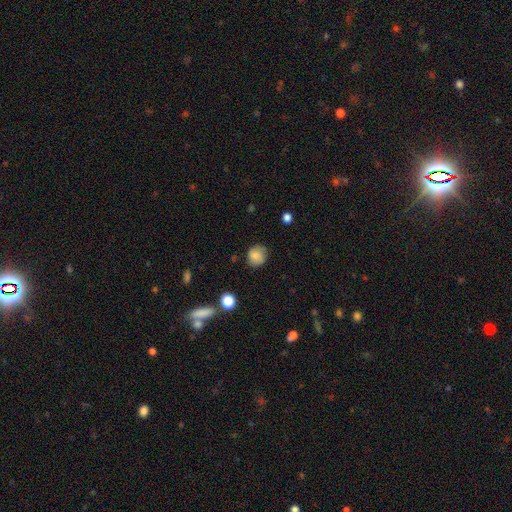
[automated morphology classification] Smooth or featured?
  - smooth: 82% *
  - star or artifact: 9%
  - featured or disk: 8%
How rounded?
  - round: 80% *
  - in between: 19%
  - cigar-shaped: 1%
Merging?
  - none: 78% *
  - minor disturbance: 17%
  - major disturbance: 4%
  - merger: 1%